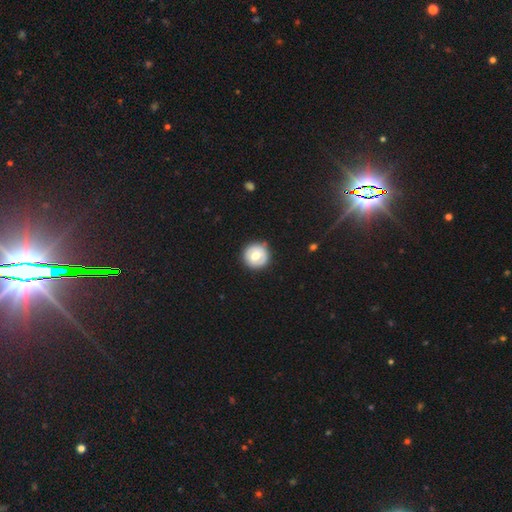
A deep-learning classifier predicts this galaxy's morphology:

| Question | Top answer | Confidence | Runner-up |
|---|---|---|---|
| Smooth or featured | smooth | 62% | featured or disk (31%) |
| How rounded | round | 96% | in between (4%) |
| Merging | none | 89% | minor disturbance (8%) |